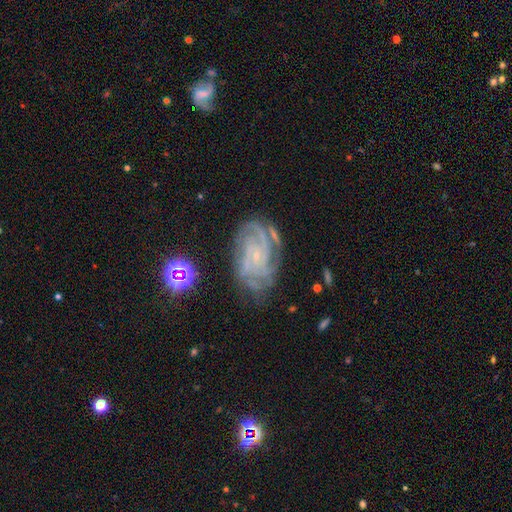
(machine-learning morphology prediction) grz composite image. It shows a featured or disk galaxy (85%) with no bar (70%), tight (70%) spiral arms (97%) and a small central bulge (85%). Merging: none (69%).